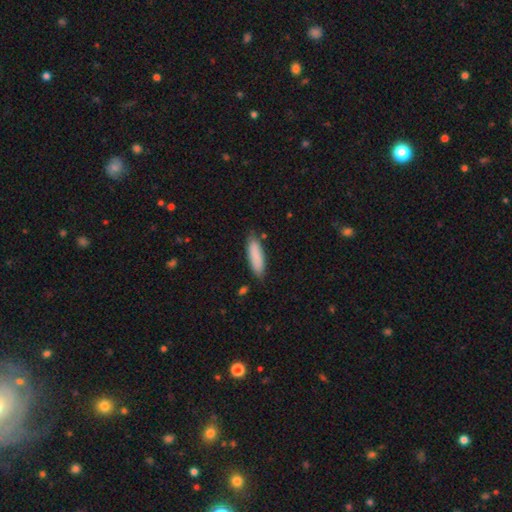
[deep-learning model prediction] Smooth or featured: smooth — 87% (featured or disk — 7%)
How rounded: cigar-shaped — 55% (in between — 43%)
Merging: none — 81% (minor disturbance — 15%)